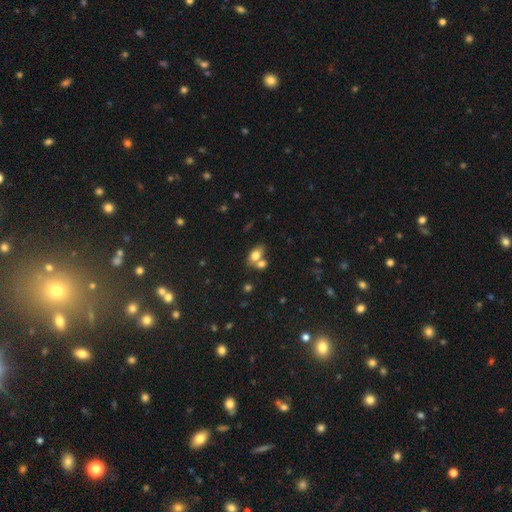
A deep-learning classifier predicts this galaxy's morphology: The model was most divided on "merging": none: 46%, merger: 40%, minor disturbance: 11%, major disturbance: 4%. More confident: how rounded — in between (86%); smooth or featured — smooth (76%).